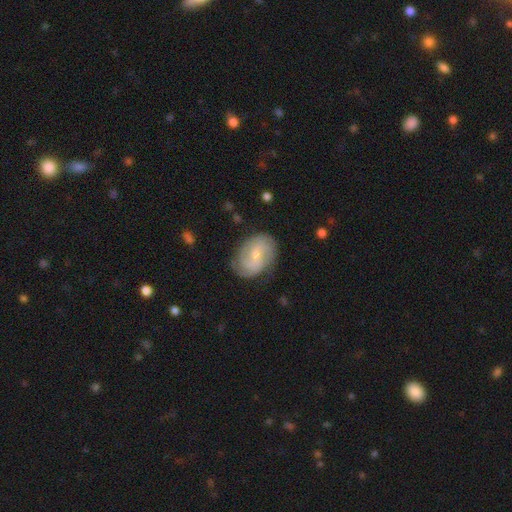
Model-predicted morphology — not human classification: A featured or disk galaxy (67%) with no bar (52%), 2 (40%) tight (45%) spiral arms (91%) and a small central bulge (63%).

Vote fractions:
- Smooth or featured? featured or disk: 67% / smooth: 27% / star or artifact: 6%
- Edge-on disk? no: 97% / yes: 3%
- Bar? no: 52% / weak: 40% / strong: 8%
- Spiral arms? yes: 91% / no: 9%
- Spiral winding? tight: 45% / medium: 39% / loose: 17%
- Spiral arm count? 2: 40% / can't tell: 28% / 3: 18% / 1: 5% / 4: 5% / more than 4: 3%
- Bulge size? small: 63% / moderate: 31% / none: 3% / large: 2% / dominant: 1%
- Merging? none: 71% / minor disturbance: 20% / major disturbance: 7% / merger: 1%